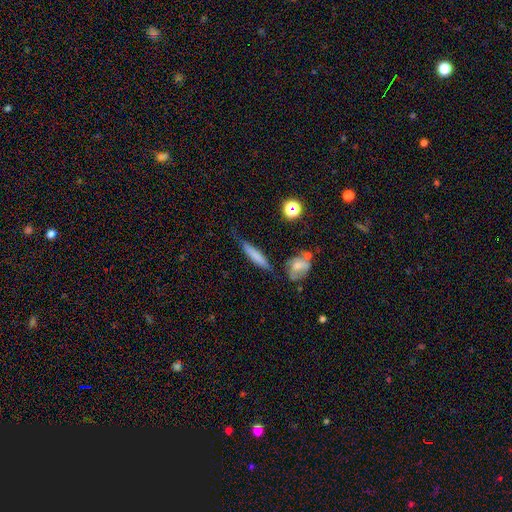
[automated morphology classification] type=smooth (70%); roundness=cigar-shaped (86%); merging=none (63%).